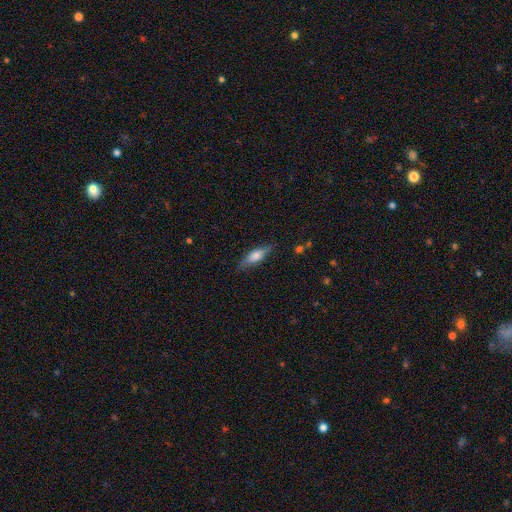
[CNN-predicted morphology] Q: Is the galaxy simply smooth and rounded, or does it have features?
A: smooth — 52%.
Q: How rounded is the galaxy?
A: cigar-shaped — 56%.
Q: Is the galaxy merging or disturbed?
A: none — 82%.